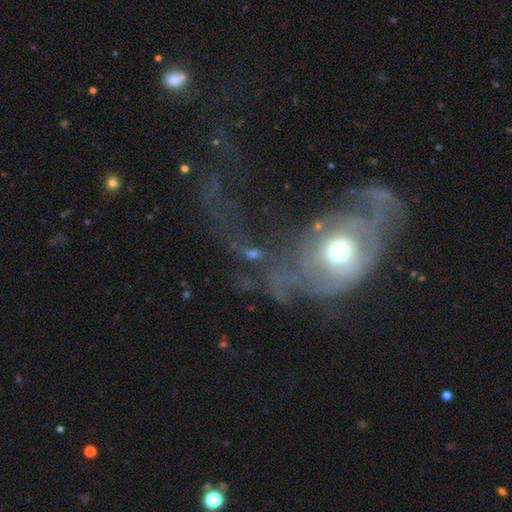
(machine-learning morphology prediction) The model was most divided on "spiral arms": no: 56%, yes: 44%. More confident: edge-on disk — no (94%); bar — no (80%); bulge size — moderate (71%); smooth or featured — featured or disk (64%); merging — major disturbance (64%).